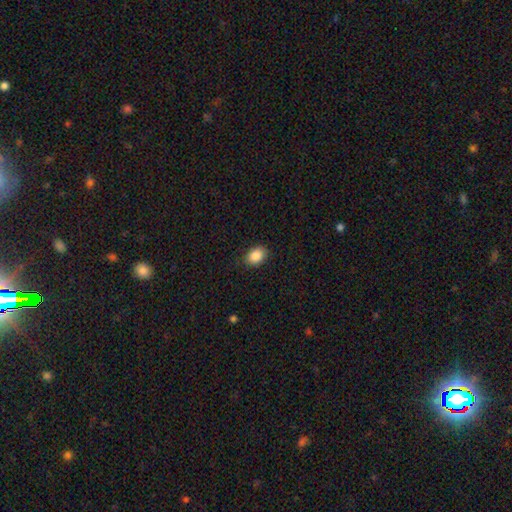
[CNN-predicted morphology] A smooth galaxy with no disk features (87%) that is in between round and cigar-shaped (74%). Merging: none (86%).